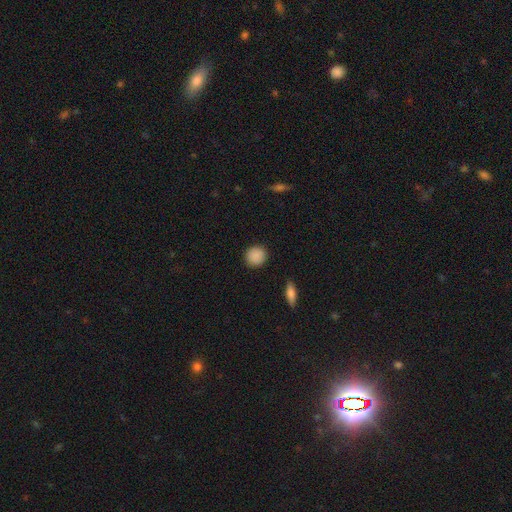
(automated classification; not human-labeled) Smooth or featured?
  - smooth: 89% *
  - star or artifact: 8%
  - featured or disk: 3%
How rounded?
  - round: 90% *
  - in between: 9%
  - cigar-shaped: 1%
Merging?
  - none: 91% *
  - minor disturbance: 6%
  - major disturbance: 2%
  - merger: 1%